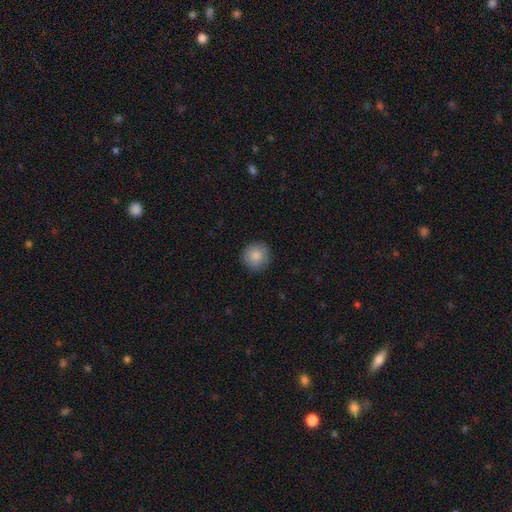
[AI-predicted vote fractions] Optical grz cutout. It shows a smooth galaxy with no disk features (86%) that is round (94%). Merging: none (88%).